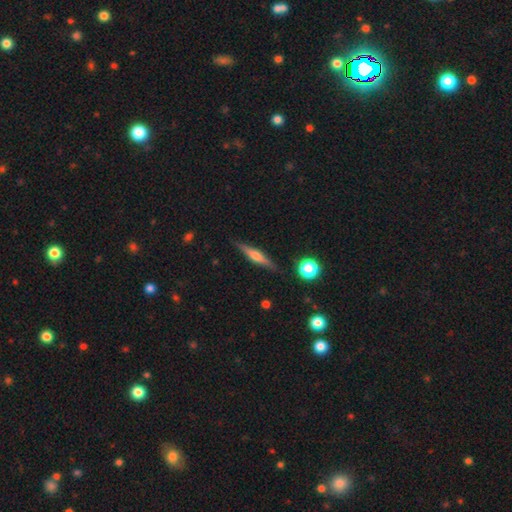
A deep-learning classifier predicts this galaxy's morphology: Overall: featured or disk (61%; smooth 32%). Edge-on disk: yes (97%). Edge-on bulge: rounded (77%). Merging: none (88%).